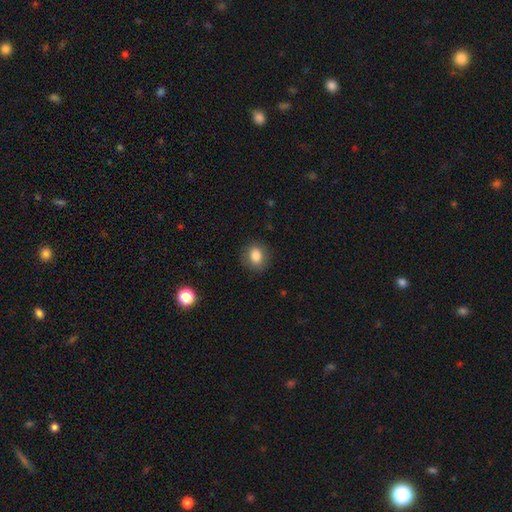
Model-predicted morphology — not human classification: type=smooth (83%); roundness=round (54%); merging=none (84%).